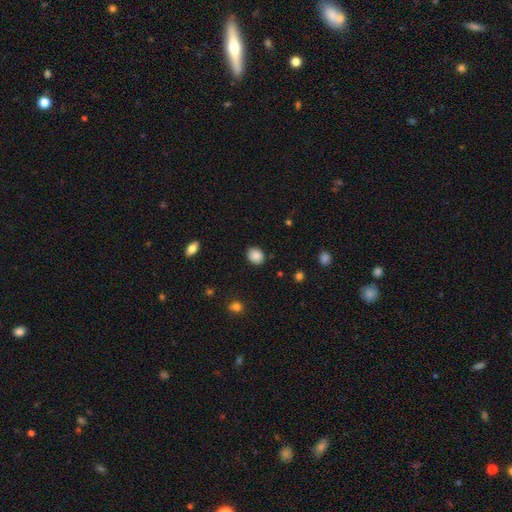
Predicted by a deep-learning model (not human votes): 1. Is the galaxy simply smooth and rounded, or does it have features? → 88% smooth, 8% star or artifact, 4% featured or disk.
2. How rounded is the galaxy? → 50% in between, 49% round, 1% cigar-shaped.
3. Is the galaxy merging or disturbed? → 87% none, 9% minor disturbance, 2% major disturbance, 1% merger.